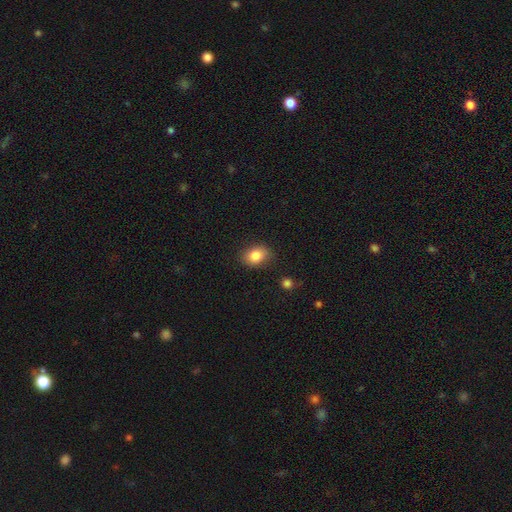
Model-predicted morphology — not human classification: Q: Smooth or featured?
A: smooth (84%); runner-up: star or artifact (9%)
Q: How rounded?
A: in between (68%); runner-up: round (31%)
Q: Merging?
A: none (84%); runner-up: minor disturbance (11%)